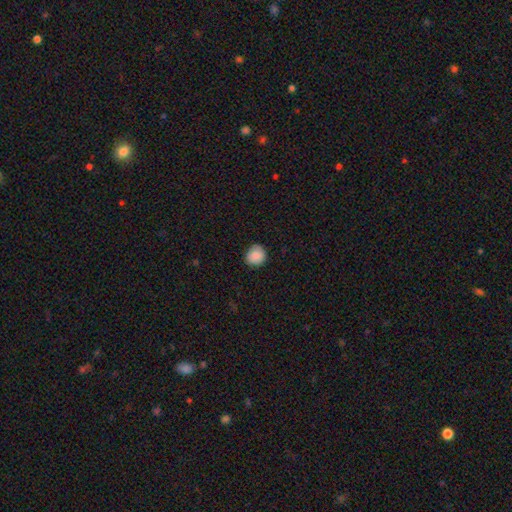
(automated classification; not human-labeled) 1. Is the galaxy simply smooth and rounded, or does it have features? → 88% smooth, 8% star or artifact, 4% featured or disk.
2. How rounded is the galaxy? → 85% round, 14% in between, 1% cigar-shaped.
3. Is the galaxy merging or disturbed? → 84% none, 12% minor disturbance, 2% major disturbance, 1% merger.